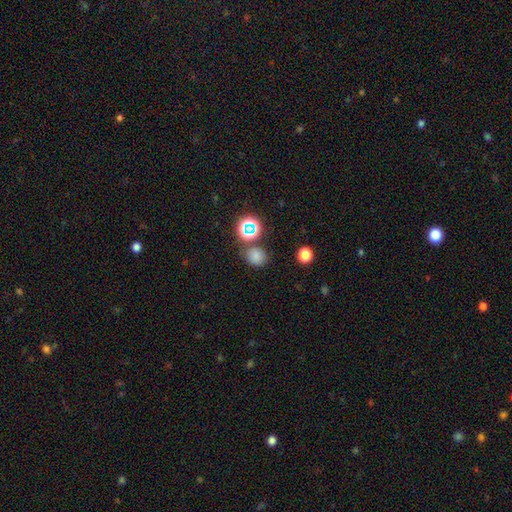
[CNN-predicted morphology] Smooth or featured: smooth — 71% (star or artifact — 22%)
How rounded: round — 69% (in between — 30%)
Merging: none — 75% (minor disturbance — 12%)